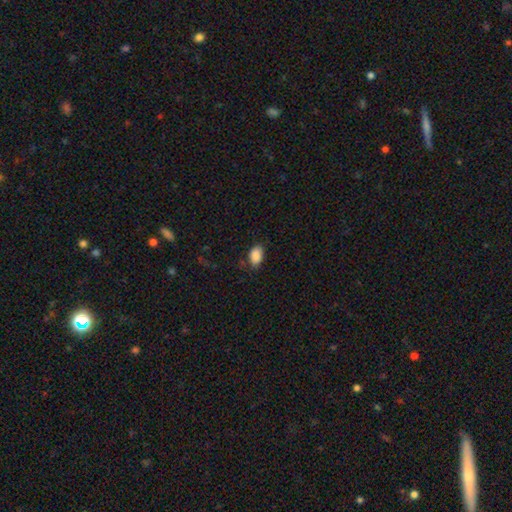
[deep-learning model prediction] A smooth galaxy with no disk features (88%) that is in between round and cigar-shaped (88%). Merging: none (74%).